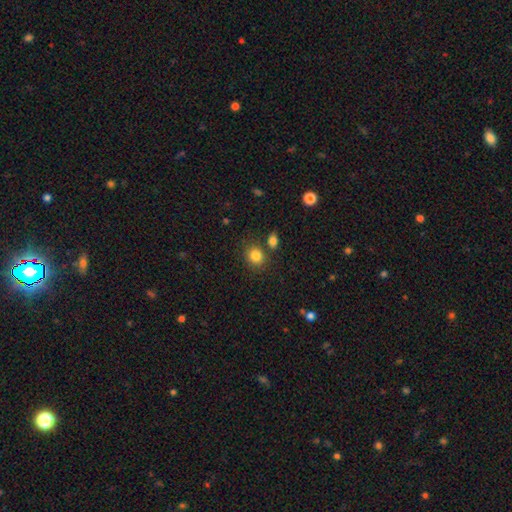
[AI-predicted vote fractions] Smooth or featured: smooth — 84% (star or artifact — 11%)
How rounded: round — 75% (in between — 24%)
Merging: none — 74% (merger — 12%)